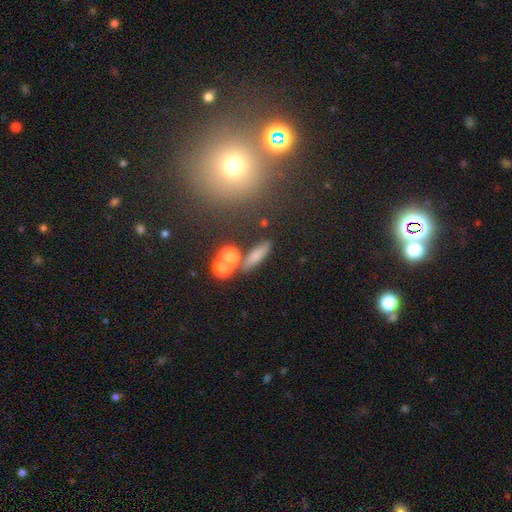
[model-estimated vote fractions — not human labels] smooth-or-featured: smooth: 69% | featured or disk: 15% | star or artifact: 15%
  how-rounded: cigar-shaped: 59% | in between: 24% | round: 18%
  merging: none: 70% | merger: 13% | minor disturbance: 11% | major disturbance: 5%